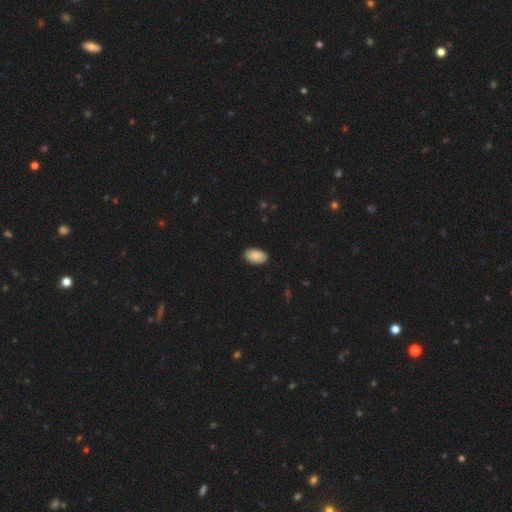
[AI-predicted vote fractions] Smooth or featured: smooth — 90% (star or artifact — 6%)
How rounded: in between — 95% (round — 4%)
Merging: none — 88% (minor disturbance — 9%)